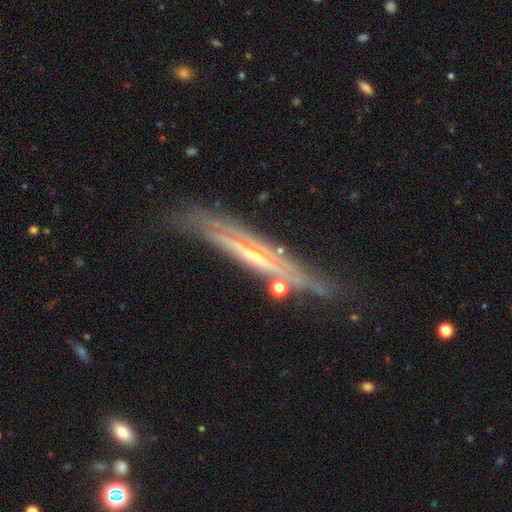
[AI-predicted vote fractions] Smooth or featured: featured or disk — 79% (smooth — 14%)
Edge-on disk: yes — 76% (no — 24%)
Edge-on bulge: none — 49% (rounded — 43%)
Merging: none — 66% (minor disturbance — 21%)